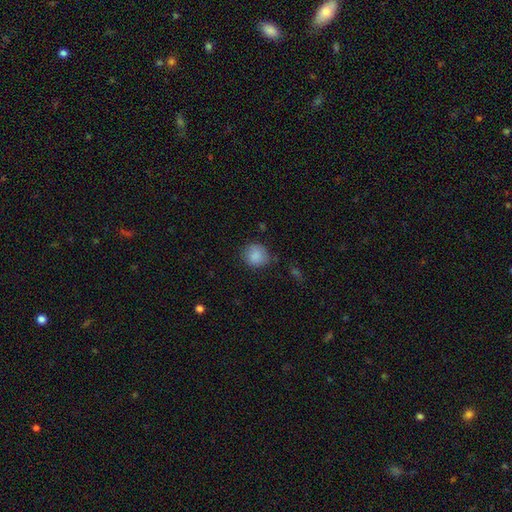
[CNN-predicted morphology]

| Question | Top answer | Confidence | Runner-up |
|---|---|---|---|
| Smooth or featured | smooth | 86% | star or artifact (8%) |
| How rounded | round | 86% | in between (13%) |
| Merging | none | 74% | minor disturbance (19%) |